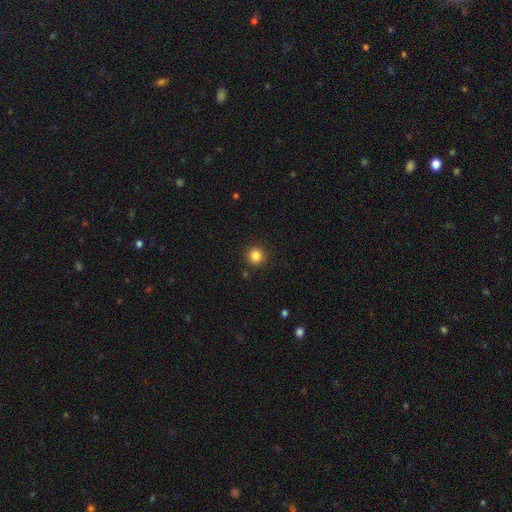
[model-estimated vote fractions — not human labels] Smooth or featured? smooth (84%)
How rounded? round (94%)
Merging? none (91%)